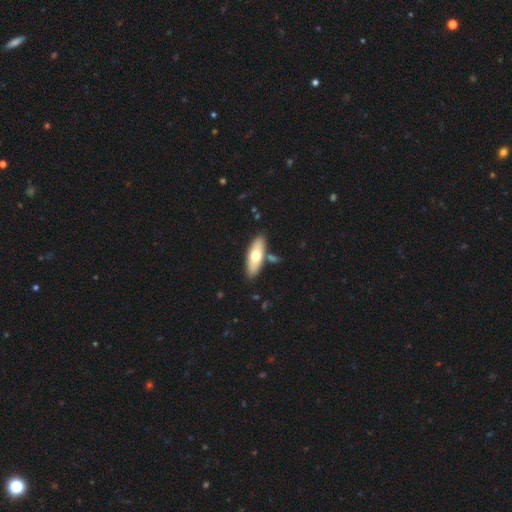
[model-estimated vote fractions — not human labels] Q: Smooth or featured?
A: smooth (61%); runner-up: featured or disk (34%)
Q: How rounded?
A: in between (68%); runner-up: cigar-shaped (30%)
Q: Merging?
A: none (81%); runner-up: minor disturbance (10%)